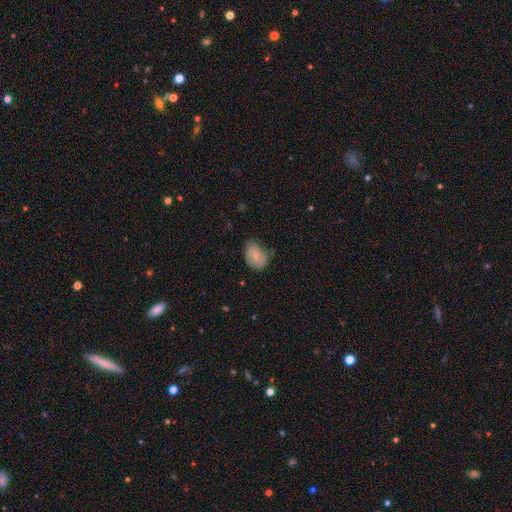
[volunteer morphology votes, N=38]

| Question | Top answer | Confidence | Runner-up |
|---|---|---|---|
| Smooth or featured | smooth | 84% | featured or disk (11%) |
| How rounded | in between | 72% | round (28%) |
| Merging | none | 56% | minor disturbance (33%) |